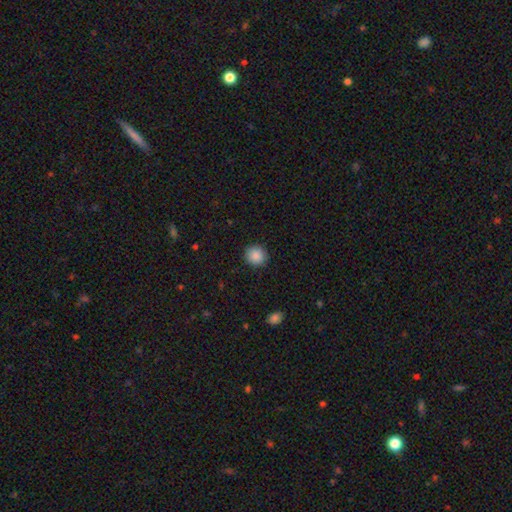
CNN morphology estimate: smooth 88%, star or artifact 8%, featured or disk 3%. Down the decision tree: how rounded — round (90%); merging — none (91%).